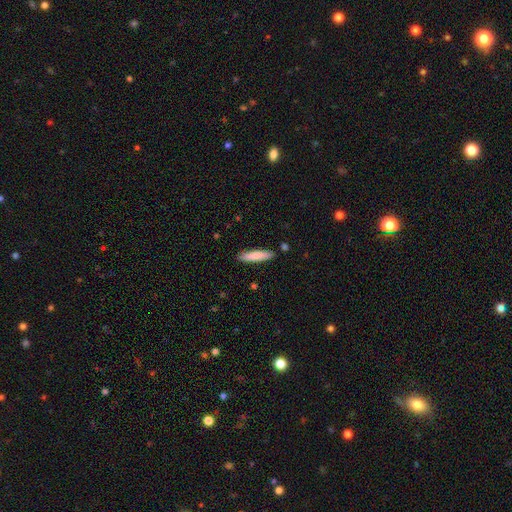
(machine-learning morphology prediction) Smooth or featured: smooth — 80% (featured or disk — 14%)
How rounded: cigar-shaped — 84% (in between — 15%)
Merging: none — 88% (minor disturbance — 8%)